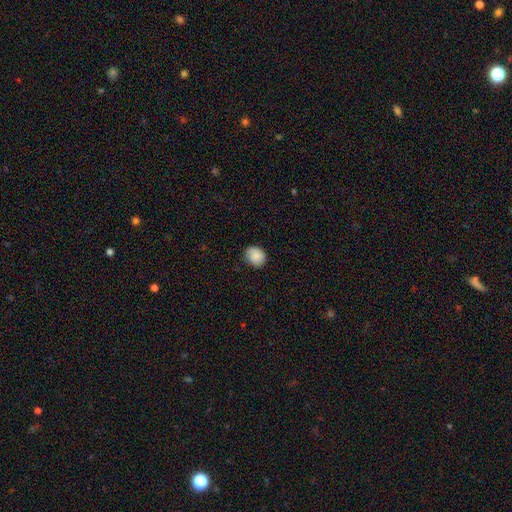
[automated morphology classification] smooth 86%, star or artifact 8%, featured or disk 7%. Down the decision tree: how rounded — round (68%); merging — none (79%).